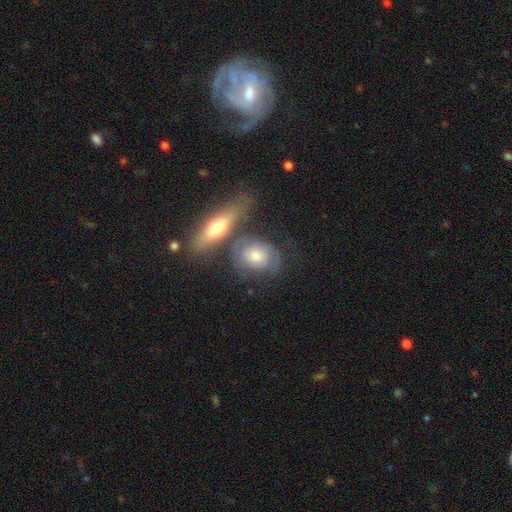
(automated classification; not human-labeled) This is possibly a featured or disk galaxy (58%). It is clearly not viewed edge-on (86%). Merging: possibly none (50%).